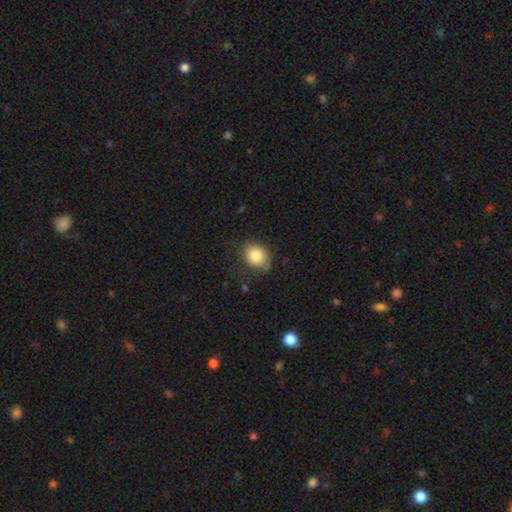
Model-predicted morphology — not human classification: Overall: smooth (84%). How rounded: round (53%; in between 46%). Merging: none (71%).